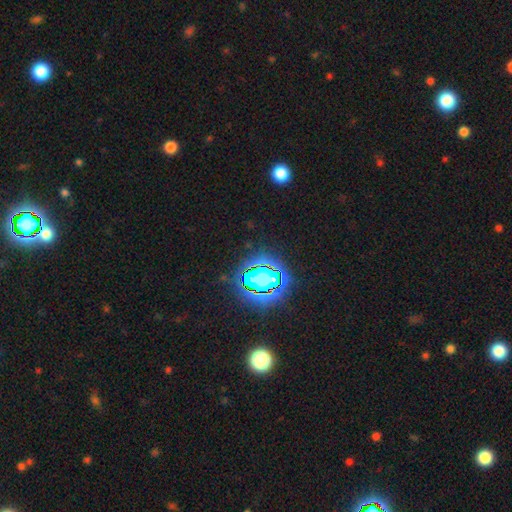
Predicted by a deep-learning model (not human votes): Morphology: type=star or artifact (79%).